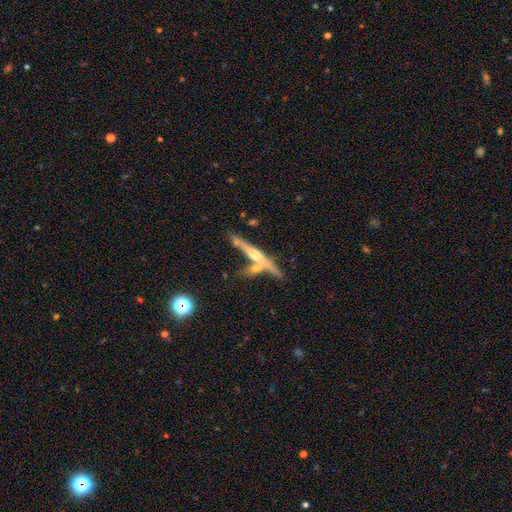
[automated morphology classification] Overall: featured or disk (70%). Edge-on disk: yes (95%). Edge-on bulge: rounded (84%). Merging: none (61%; merger 24%).